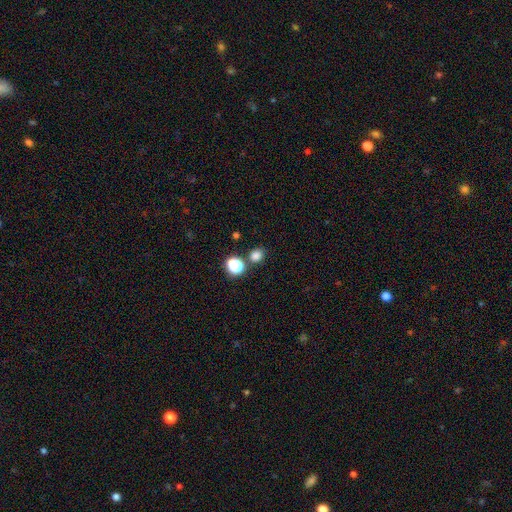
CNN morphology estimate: Smooth or featured? smooth (78%)
How rounded? round (73%)
Merging? none (75%)